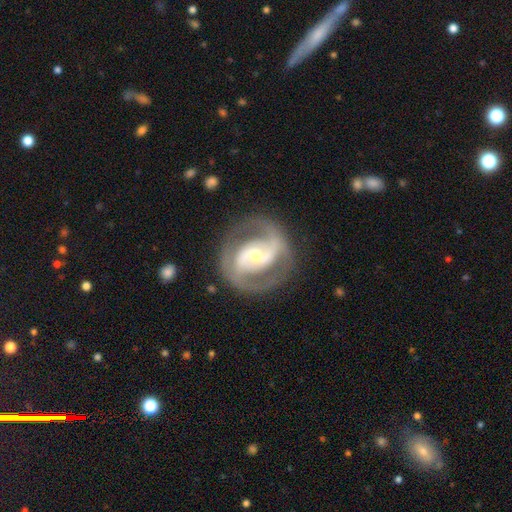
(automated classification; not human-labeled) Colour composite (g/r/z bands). It shows a featured or disk galaxy (86%) with a weak bar (37%), 2 (86%) medium (50%) spiral arms (92%) and a moderate central bulge (58%). Merging: none (79%).